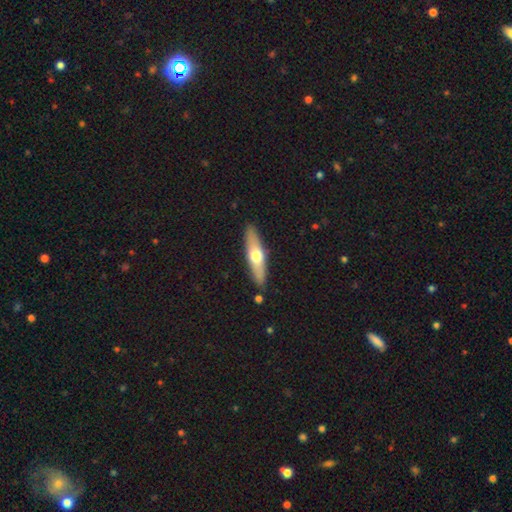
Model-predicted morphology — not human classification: smooth-or-featured: smooth: 48% | featured or disk: 47% | star or artifact: 5%
  merging: none: 87% | minor disturbance: 8% | merger: 2% | major disturbance: 2%